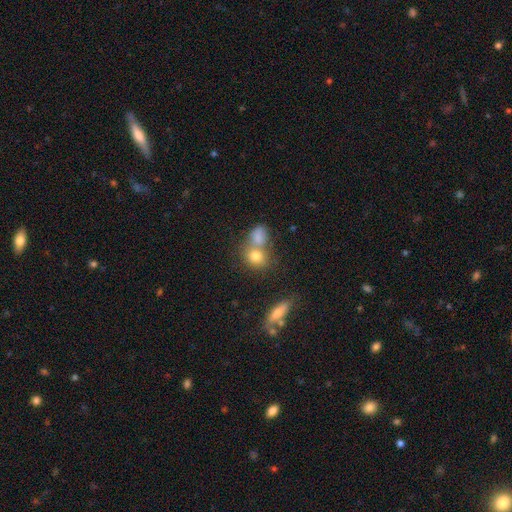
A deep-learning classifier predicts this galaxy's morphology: Overall: smooth (78%). How rounded: round (62%; in between 36%). Merging: merger (47%; none 39%).